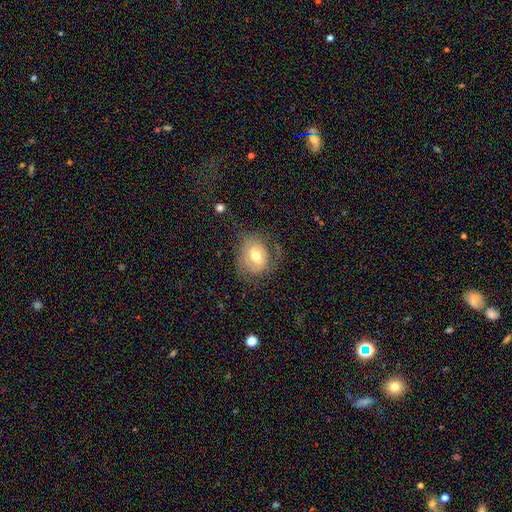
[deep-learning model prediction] smooth-or-featured: smooth: 50% | featured or disk: 41% | star or artifact: 9%
  merging: none: 58% | minor disturbance: 24% | major disturbance: 16% | merger: 2%